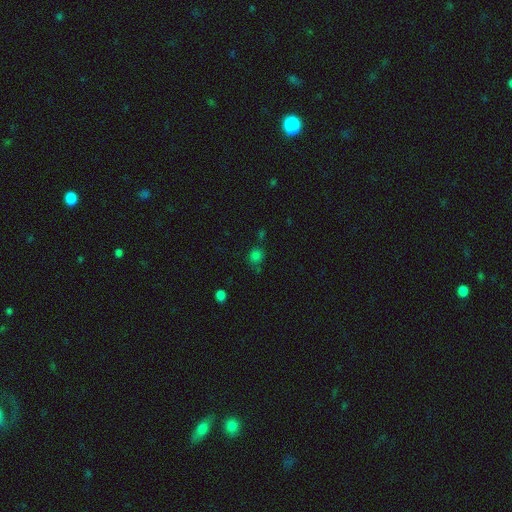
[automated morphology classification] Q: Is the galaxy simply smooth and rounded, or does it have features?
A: smooth — 76%.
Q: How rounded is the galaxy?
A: round — 81%.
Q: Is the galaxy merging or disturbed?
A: none — 74%.